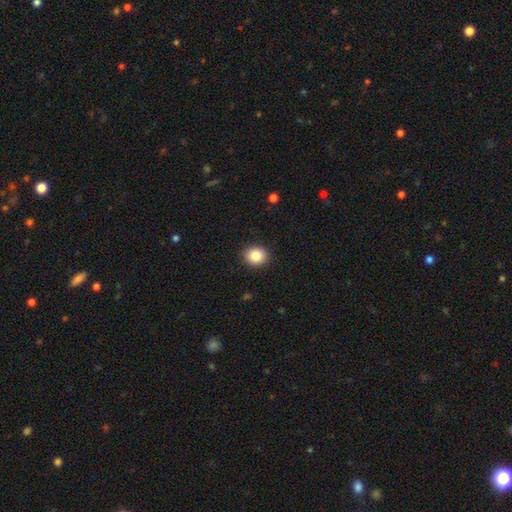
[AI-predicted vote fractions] Smooth or featured?
  - smooth: 85% *
  - star or artifact: 9%
  - featured or disk: 6%
How rounded?
  - round: 77% *
  - in between: 22%
  - cigar-shaped: 1%
Merging?
  - none: 91% *
  - minor disturbance: 6%
  - major disturbance: 2%
  - merger: 1%